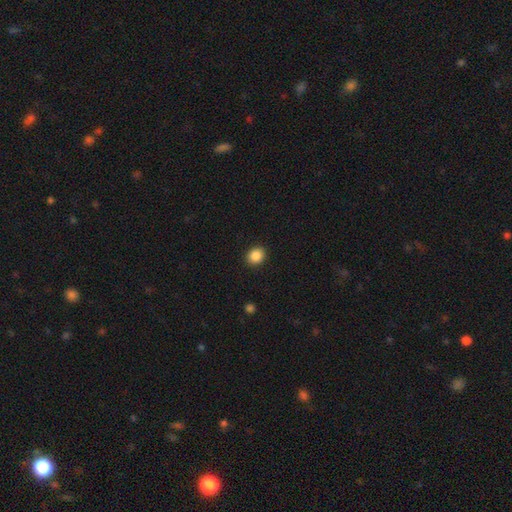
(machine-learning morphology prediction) Smooth or featured? Predicted: smooth (p=0.88). How rounded? Predicted: round (p=0.73). Merging? Predicted: none (p=0.91).